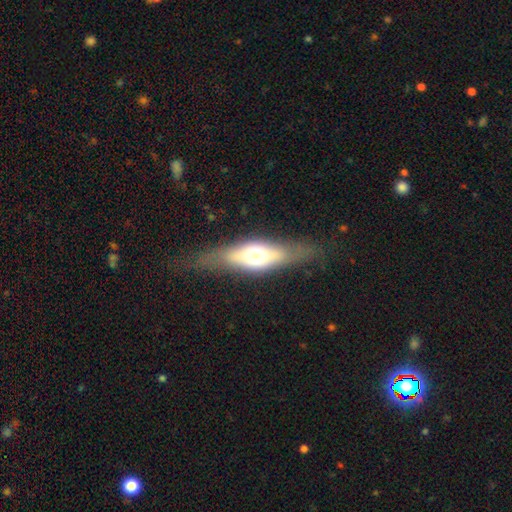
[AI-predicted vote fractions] Smooth or featured? featured or disk (51%)
Edge-on disk? yes (79%)
Merging? none (79%)